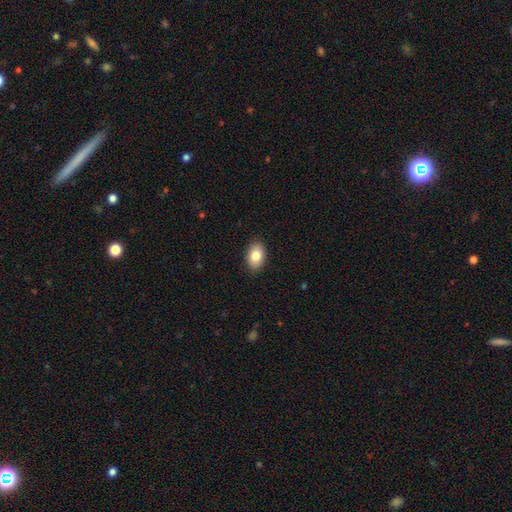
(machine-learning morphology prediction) Smooth or featured?
  - smooth: 83% *
  - featured or disk: 9%
  - star or artifact: 7%
How rounded?
  - in between: 88% *
  - round: 10%
  - cigar-shaped: 1%
Merging?
  - none: 89% *
  - minor disturbance: 8%
  - major disturbance: 2%
  - merger: 1%